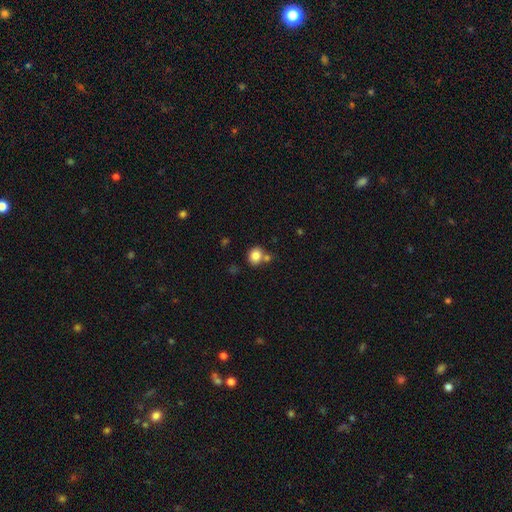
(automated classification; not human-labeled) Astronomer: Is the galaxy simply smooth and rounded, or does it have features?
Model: smooth — 83%.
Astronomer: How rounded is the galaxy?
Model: round — 72%.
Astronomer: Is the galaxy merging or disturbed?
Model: none — 63%.